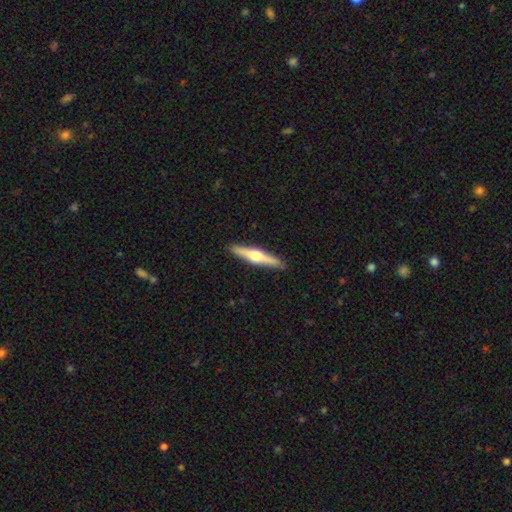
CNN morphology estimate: featured or disk 64%, smooth 31%, star or artifact 5%. Down the decision tree: edge-on disk — yes (97%); edge-on bulge — rounded (94%); merging — none (91%).